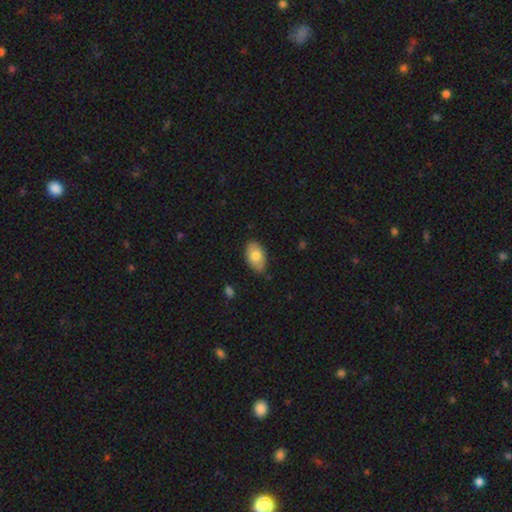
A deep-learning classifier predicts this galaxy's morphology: Smooth or featured? smooth (77%)
How rounded? in between (91%)
Merging? none (78%)